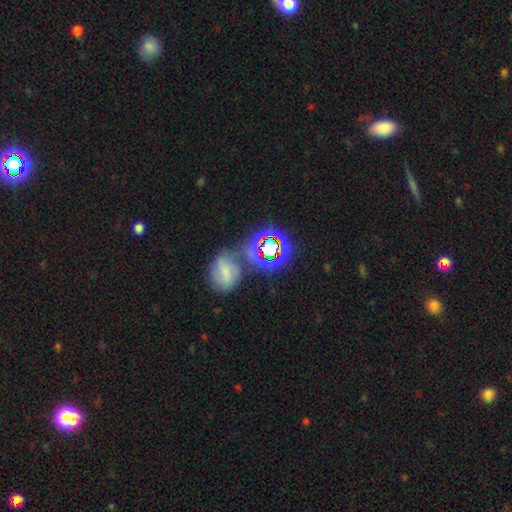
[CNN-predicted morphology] star or artifact 57%, featured or disk 22%, smooth 21%.